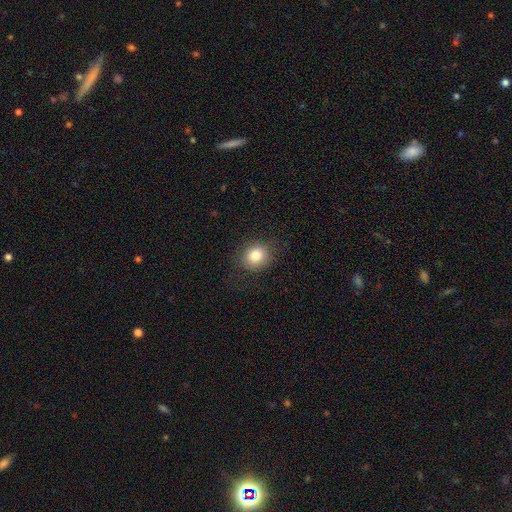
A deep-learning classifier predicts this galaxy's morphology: This is clearly a smooth galaxy (82%). How rounded: likely round (74%). Merging: clearly none (82%).